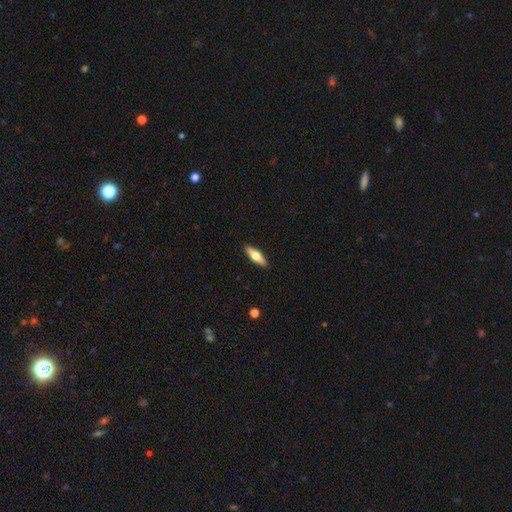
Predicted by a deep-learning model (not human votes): Q: Smooth or featured?
A: smooth (59%); runner-up: featured or disk (35%)
Q: How rounded?
A: cigar-shaped (50%); runner-up: in between (47%)
Q: Merging?
A: none (90%); runner-up: minor disturbance (7%)